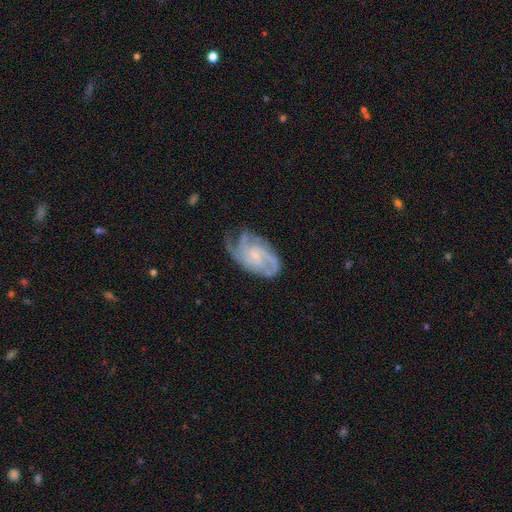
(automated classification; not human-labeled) smooth_or_featured: featured or disk (p=0.85) [alt: smooth p=0.10]
disk_edge_on: no (p=0.97) [alt: yes p=0.03]
bar: no (p=0.64) [alt: weak p=0.31]
has_spiral_arms: yes (p=0.96) [alt: no p=0.04]
spiral_winding: tight (p=0.47) [alt: medium p=0.41]
spiral_arm_count: 3 (p=0.33) [alt: 2 p=0.22]
bulge_size: small (p=0.73) [alt: moderate p=0.19]
merging: none (p=0.60) [alt: minor disturbance p=0.26]